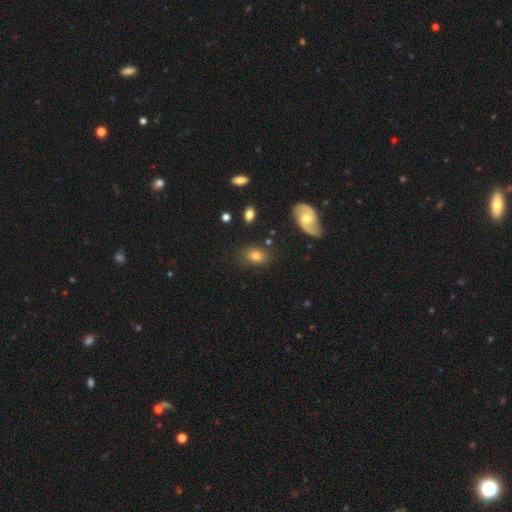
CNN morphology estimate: smooth_or_featured: smooth (p=0.72) [alt: featured or disk p=0.17]
how_rounded: in between (p=0.74) [alt: round p=0.25]
merging: none (p=0.76) [alt: minor disturbance p=0.16]